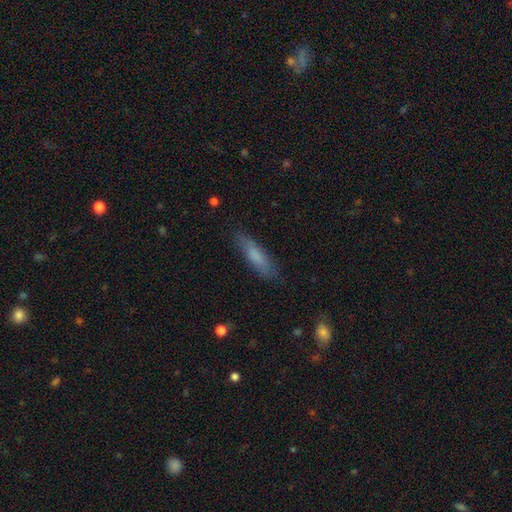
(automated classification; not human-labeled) A smooth galaxy with no disk features (73%) that is cigar-shaped (70%). Merging: none (81%).